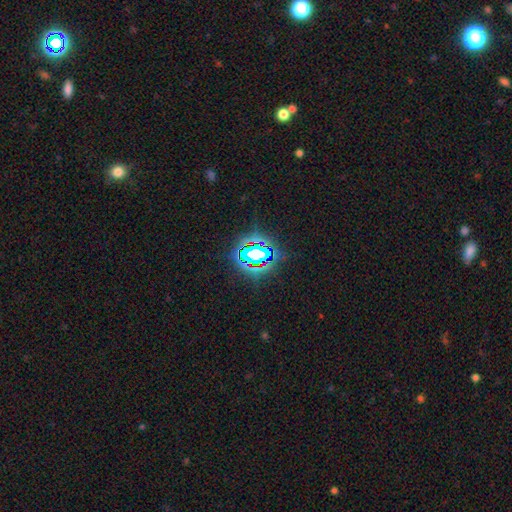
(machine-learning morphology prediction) star or artifact 81%, smooth 12%, featured or disk 7%.